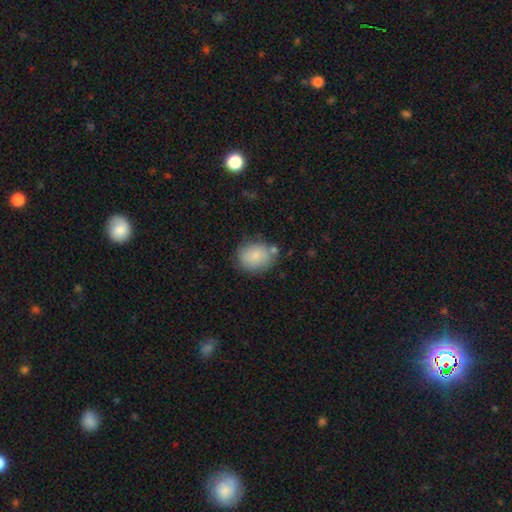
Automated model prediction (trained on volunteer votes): smooth_or_featured: smooth (p=0.81) [alt: featured or disk p=0.11]
how_rounded: round (p=0.56) [alt: in between p=0.43]
merging: none (p=0.71) [alt: minor disturbance p=0.18]